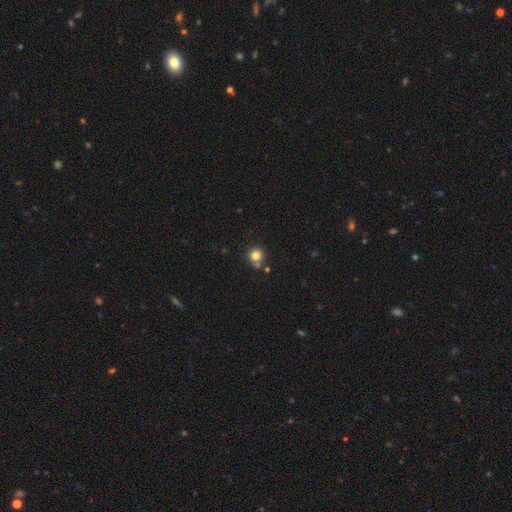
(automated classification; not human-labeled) This is likely a smooth galaxy (79%). How rounded: clearly round (90%). Merging: likely none (66%).